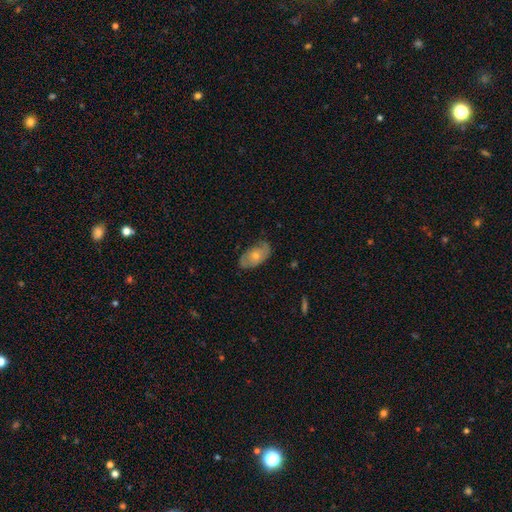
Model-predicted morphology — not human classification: Smooth or featured: smooth — 53% (featured or disk — 41%)
How rounded: in between — 92% (round — 6%)
Merging: none — 70% (minor disturbance — 24%)